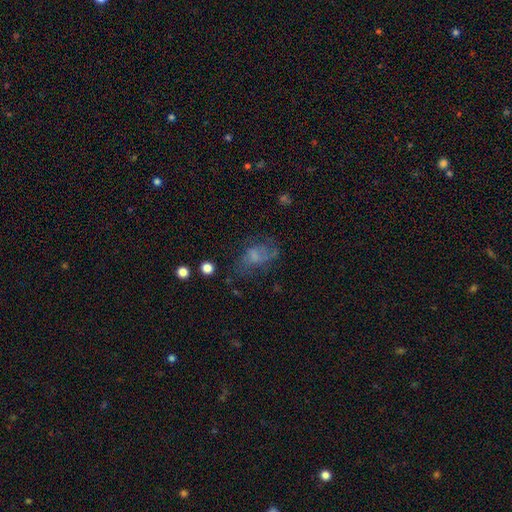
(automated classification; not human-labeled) Smooth or featured? smooth (42%)
Merging? none (42%)